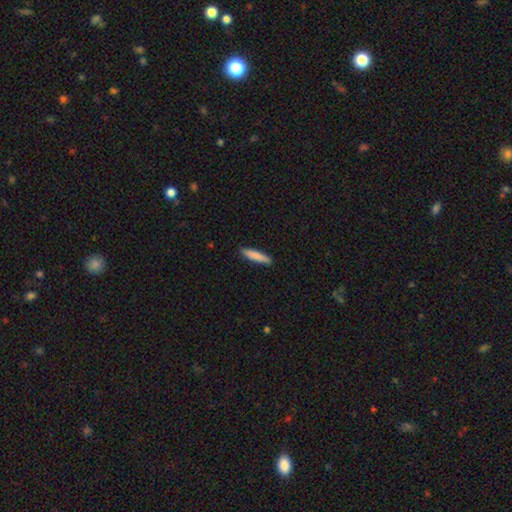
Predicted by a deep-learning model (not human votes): This is clearly a smooth galaxy (84%). How rounded: clearly cigar-shaped (87%). Merging: clearly none (90%).